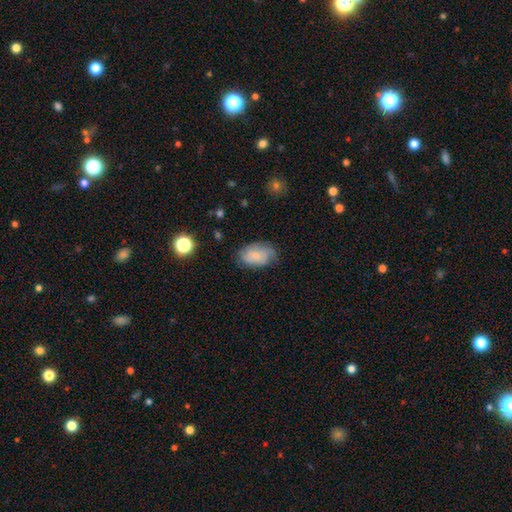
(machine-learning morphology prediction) type=smooth (64%); roundness=in between (88%); merging=none (58%).